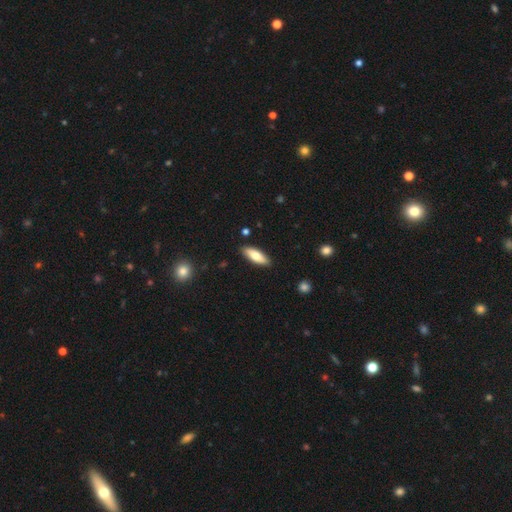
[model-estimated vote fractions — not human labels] Smooth or featured: smooth — 74% (featured or disk — 21%)
How rounded: in between — 63% (cigar-shaped — 35%)
Merging: none — 88% (minor disturbance — 9%)